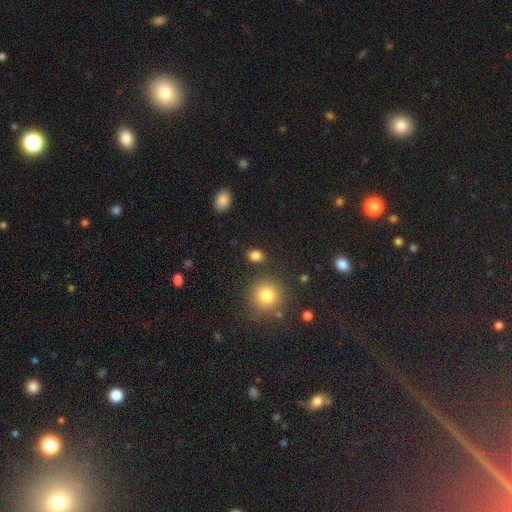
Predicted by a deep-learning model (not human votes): Morphology: type=smooth (83%); roundness=round (56%); merging=none (83%).